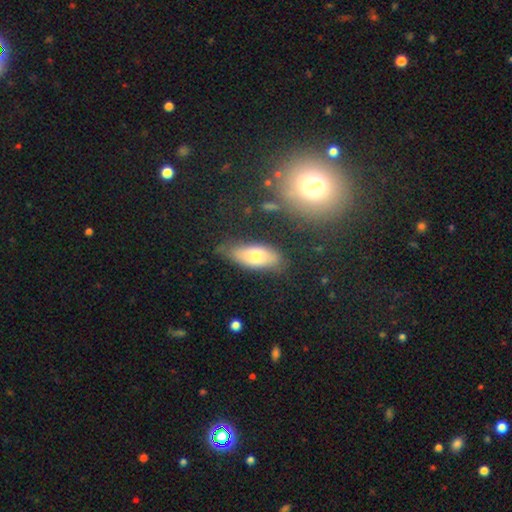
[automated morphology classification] Smooth or featured?
  - smooth: 71% *
  - featured or disk: 22%
  - star or artifact: 7%
How rounded?
  - in between: 81% *
  - cigar-shaped: 16%
  - round: 3%
Merging?
  - none: 70% *
  - minor disturbance: 21%
  - major disturbance: 5%
  - merger: 3%